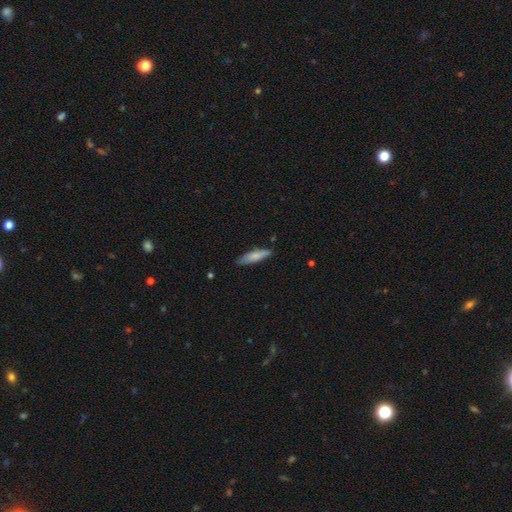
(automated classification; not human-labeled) Smooth or featured?
  - smooth: 75% *
  - featured or disk: 19%
  - star or artifact: 6%
How rounded?
  - cigar-shaped: 72% *
  - in between: 27%
  - round: 2%
Merging?
  - none: 81% *
  - minor disturbance: 15%
  - major disturbance: 2%
  - merger: 1%